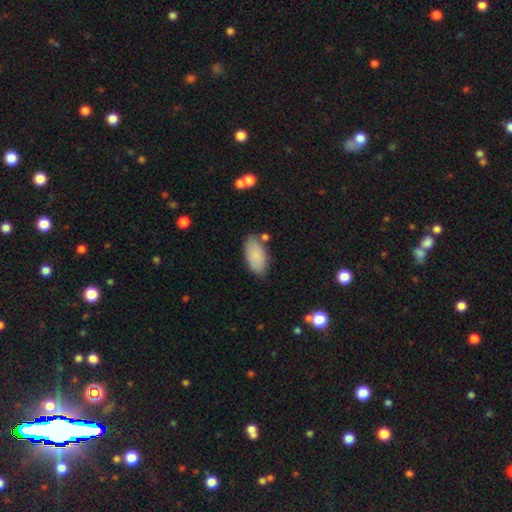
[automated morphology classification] This appears to be a smooth galaxy with no disk features (87%) that is in between round and cigar-shaped (93%). Merging: none (79%).